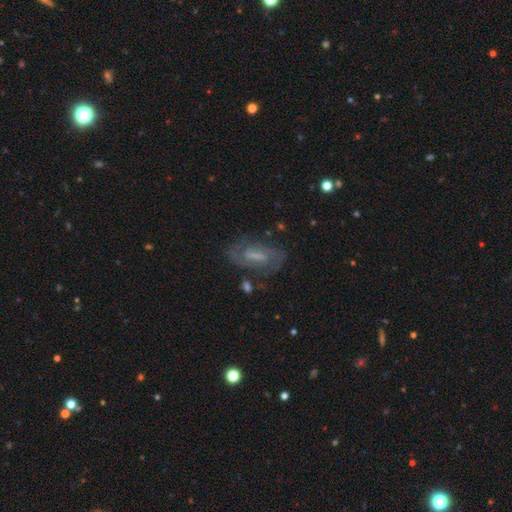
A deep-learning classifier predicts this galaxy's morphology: Smooth or featured?
  - featured or disk: 66% *
  - smooth: 24%
  - star or artifact: 10%
Edge-on disk?
  - no: 91% *
  - yes: 9%
Bar?
  - weak: 46% *
  - strong: 34%
  - no: 20%
Spiral arms?
  - yes: 82% *
  - no: 18%
Bulge size?
  - none: 33% *
  - moderate: 29%
  - small: 28%
  - large: 9%
  - dominant: 2%
Merging?
  - none: 71% *
  - minor disturbance: 17%
  - major disturbance: 9%
  - merger: 3%